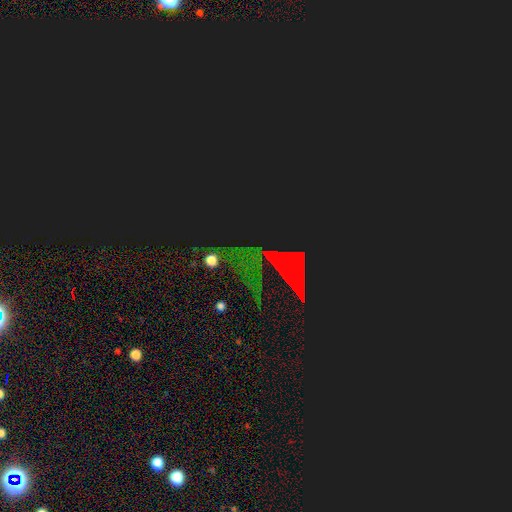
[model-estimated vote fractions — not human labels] The model was most divided on "smooth or featured": star or artifact: 80%, smooth: 11%, featured or disk: 9%.